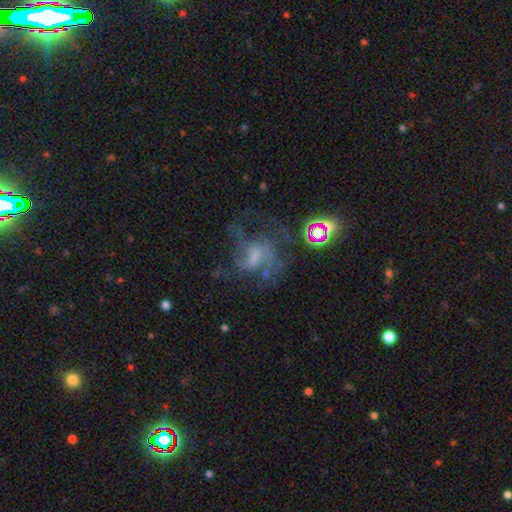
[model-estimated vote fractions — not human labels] smooth-or-featured: featured or disk: 61% | star or artifact: 20% | smooth: 19%
  disk-edge-on: no: 97% | yes: 3%
    bar: no: 44% | weak: 42% | strong: 14%
    has-spiral-arms: yes: 69% | no: 31%
    bulge-size: none: 36% | moderate: 28% | small: 26% | large: 8% | dominant: 2%
  merging: none: 41% | major disturbance: 36% | minor disturbance: 18% | merger: 5%